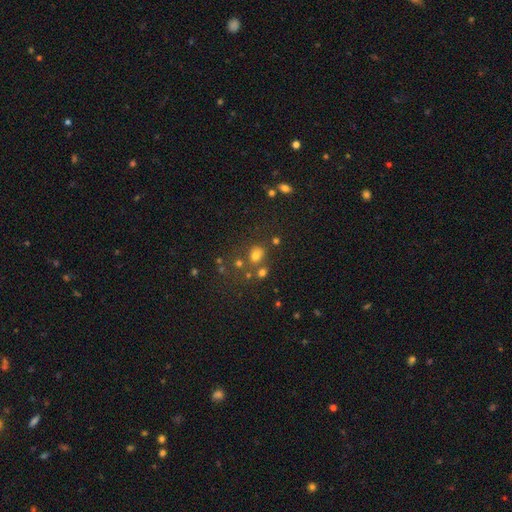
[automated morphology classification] smooth-or-featured: smooth: 67% | star or artifact: 22% | featured or disk: 11%
  how-rounded: round: 59% | in between: 40% | cigar-shaped: 1%
  merging: none: 62% | merger: 18% | minor disturbance: 14% | major disturbance: 7%